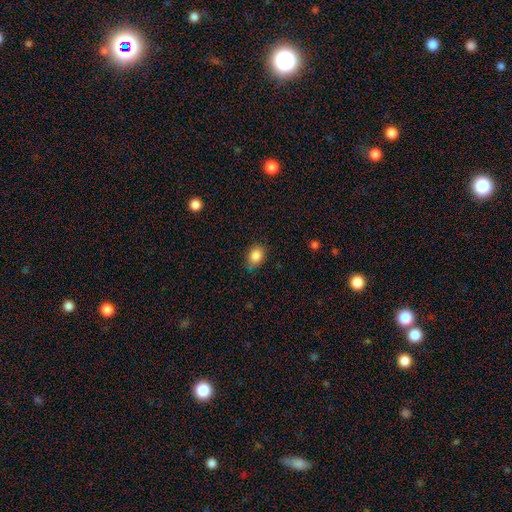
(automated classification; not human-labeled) The model was most divided on "how rounded": in between: 61%, round: 38%, cigar-shaped: 1%. More confident: smooth or featured — smooth (86%); merging — none (78%).